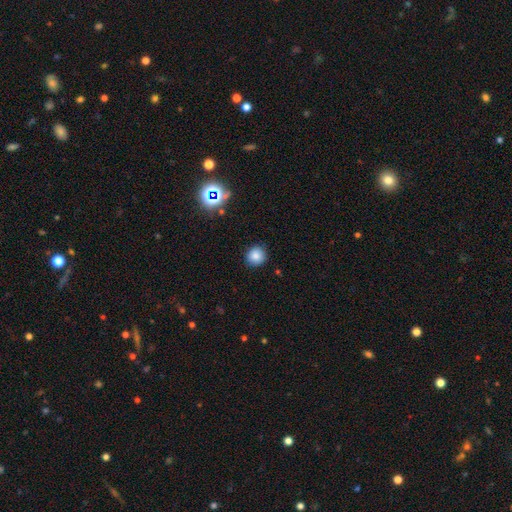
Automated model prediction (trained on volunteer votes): Q: Smooth or featured?
A: smooth (82%); runner-up: star or artifact (13%)
Q: How rounded?
A: round (91%); runner-up: in between (9%)
Q: Merging?
A: none (89%); runner-up: minor disturbance (8%)